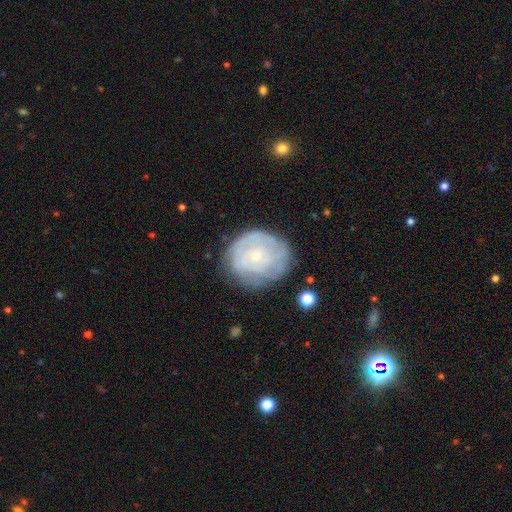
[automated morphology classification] The model was most divided on "spiral arms": yes: 64%, no: 36%. More confident: edge-on disk — no (97%); bar — no (84%); bulge size — small (78%); merging — none (70%); smooth or featured — featured or disk (62%).